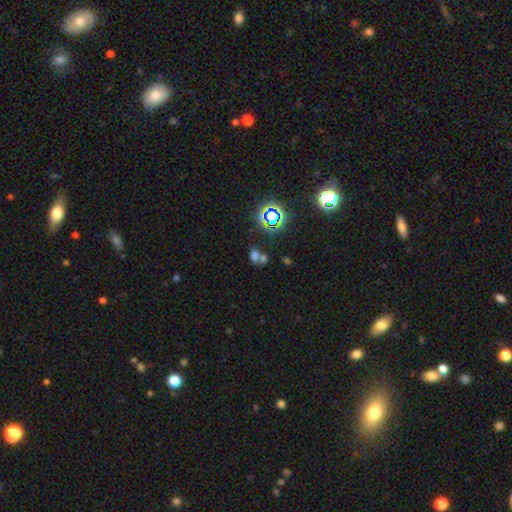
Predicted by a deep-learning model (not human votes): smooth 45%, star or artifact 42%, featured or disk 13%. Down the decision tree: merging — merger (43%).